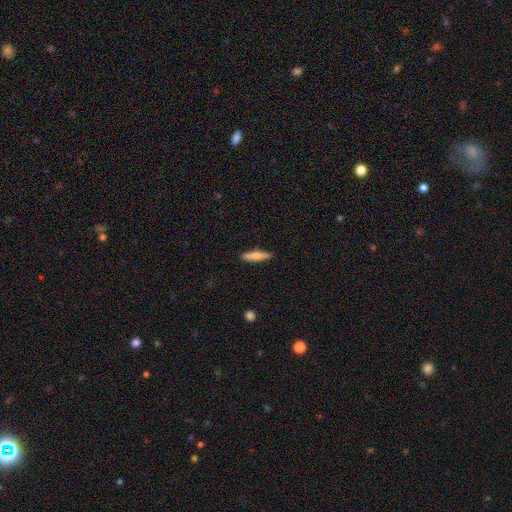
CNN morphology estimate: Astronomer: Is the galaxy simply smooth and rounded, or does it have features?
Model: smooth — 71%.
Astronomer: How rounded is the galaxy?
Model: cigar-shaped — 86%.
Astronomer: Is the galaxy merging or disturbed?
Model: none — 89%.